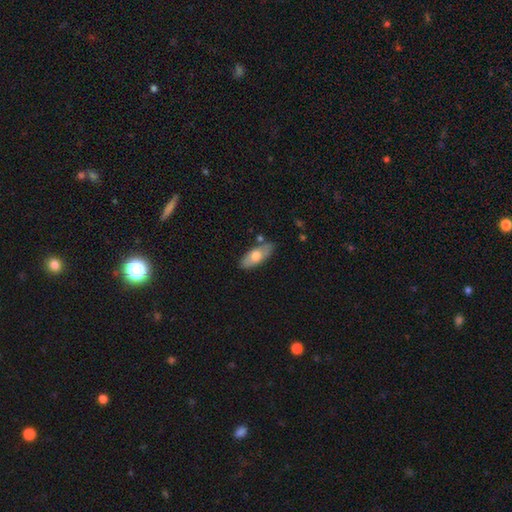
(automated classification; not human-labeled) Morphology: type=smooth (62%); roundness=in between (83%); merging=none (76%).